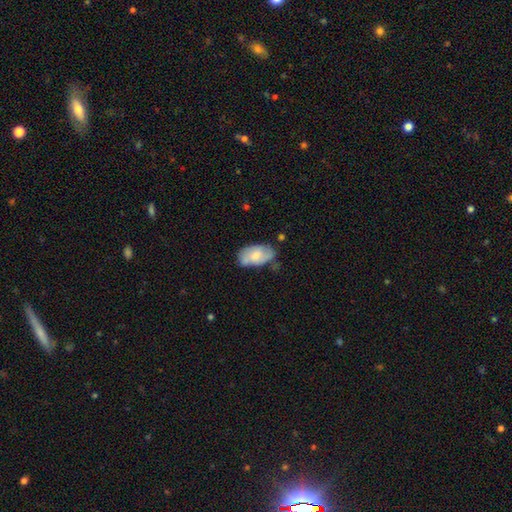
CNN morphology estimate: smooth_or_featured: smooth (p=0.57) [alt: featured or disk p=0.37]
how_rounded: in between (p=0.93) [alt: round p=0.05]
merging: none (p=0.54) [alt: minor disturbance p=0.32]